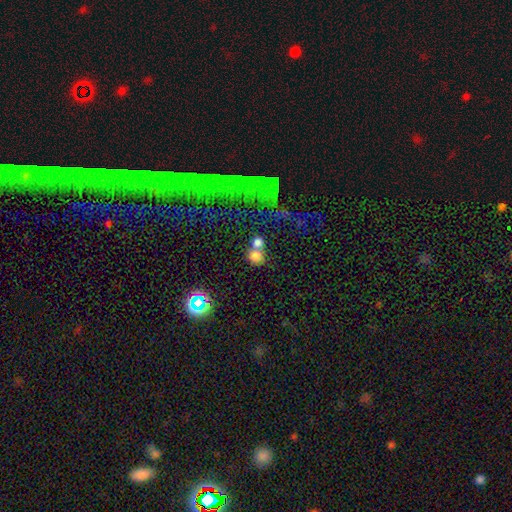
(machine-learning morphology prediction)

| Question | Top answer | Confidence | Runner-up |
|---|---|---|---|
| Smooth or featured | smooth | 76% | star or artifact (14%) |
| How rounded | round | 82% | in between (17%) |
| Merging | merger | 48% | none (41%) |